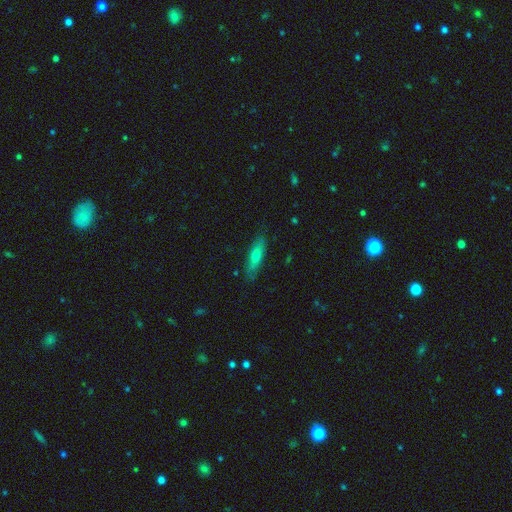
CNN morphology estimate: type=smooth (58%); roundness=cigar-shaped (60%); merging=none (80%).